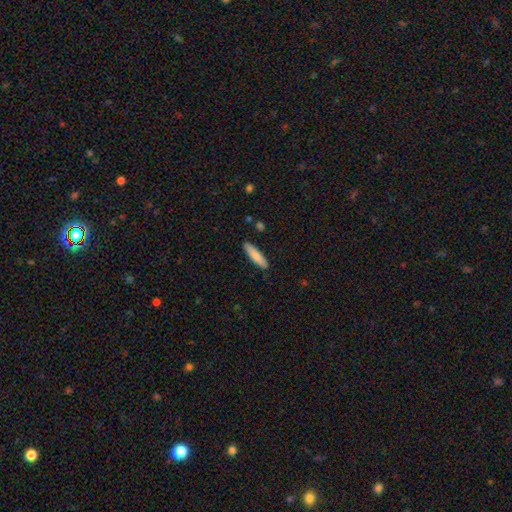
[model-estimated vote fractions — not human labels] Q: Smooth or featured?
A: smooth (82%); runner-up: featured or disk (12%)
Q: How rounded?
A: cigar-shaped (79%); runner-up: in between (19%)
Q: Merging?
A: none (88%); runner-up: minor disturbance (9%)